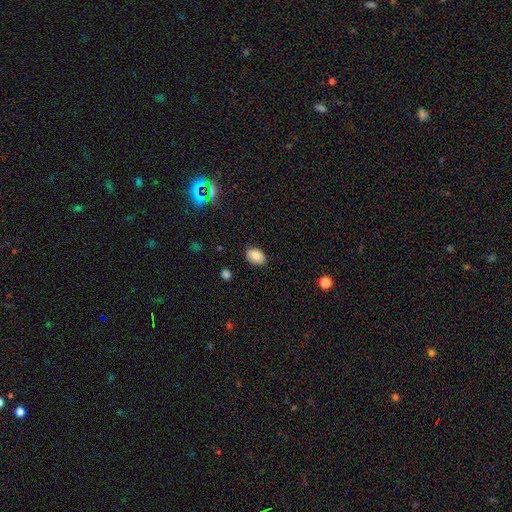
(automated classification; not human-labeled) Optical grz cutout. It shows a smooth galaxy with no disk features (82%) that is in between round and cigar-shaped (83%). Merging: none (84%).